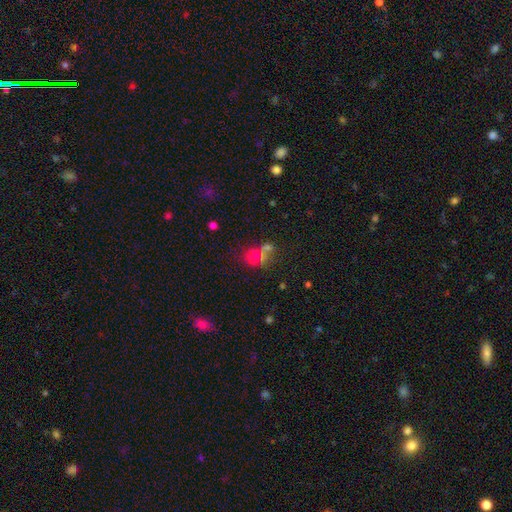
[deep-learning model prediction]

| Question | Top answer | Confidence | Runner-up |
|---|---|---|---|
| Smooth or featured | smooth | 57% | star or artifact (23%) |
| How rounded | round | 53% | in between (45%) |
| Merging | merger | 42% | none (37%) |